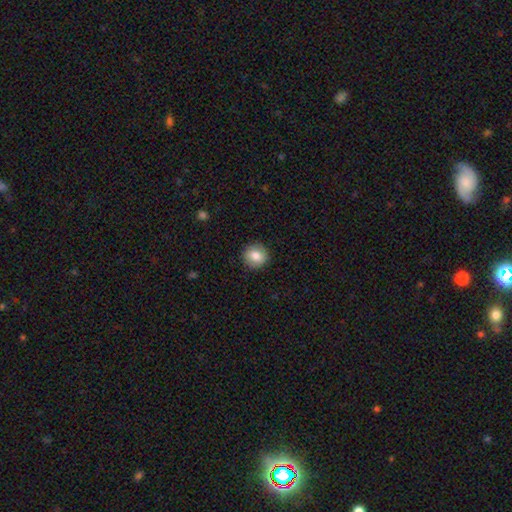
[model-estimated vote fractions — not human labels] A smooth galaxy with no disk features (82%) that is round (89%). Merging: none (89%).